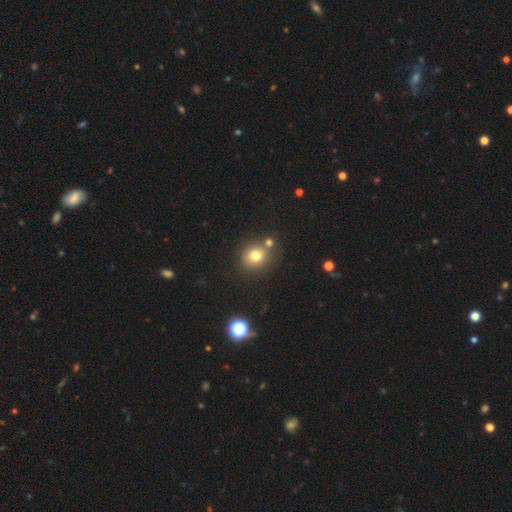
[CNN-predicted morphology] A smooth galaxy with no disk features (77%) that is round (82%). Merging: none (70%).